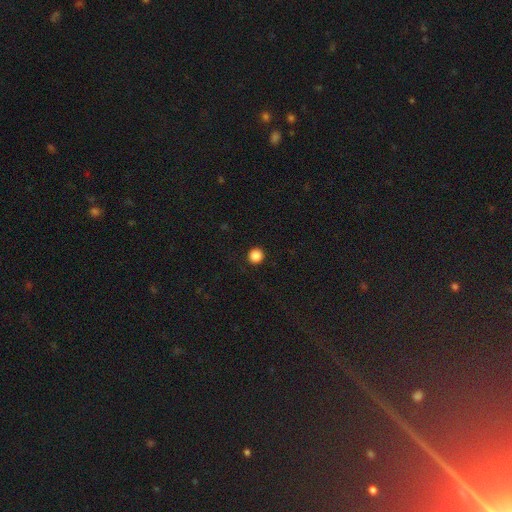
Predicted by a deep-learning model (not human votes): This is clearly a smooth galaxy (87%). How rounded: clearly round (95%). Merging: clearly none (93%).